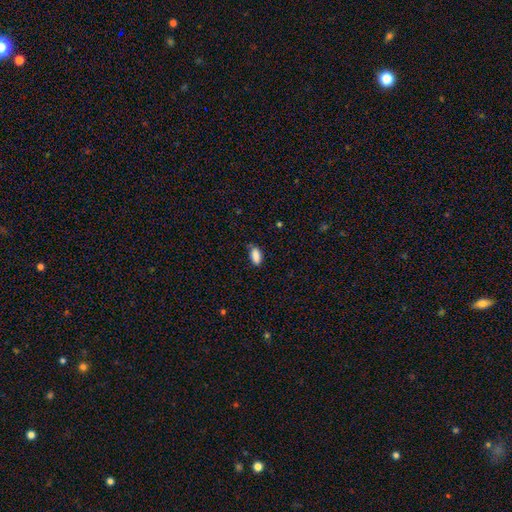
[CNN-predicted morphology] type=smooth (88%); roundness=in between (90%); merging=none (72%).